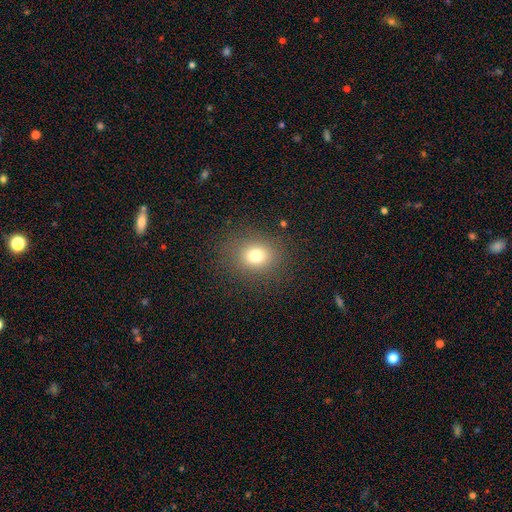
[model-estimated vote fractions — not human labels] smooth-or-featured: smooth: 76% | star or artifact: 15% | featured or disk: 9%
  how-rounded: round: 69% | in between: 31% | cigar-shaped: 1%
  merging: none: 86% | minor disturbance: 9% | major disturbance: 5% | merger: 1%